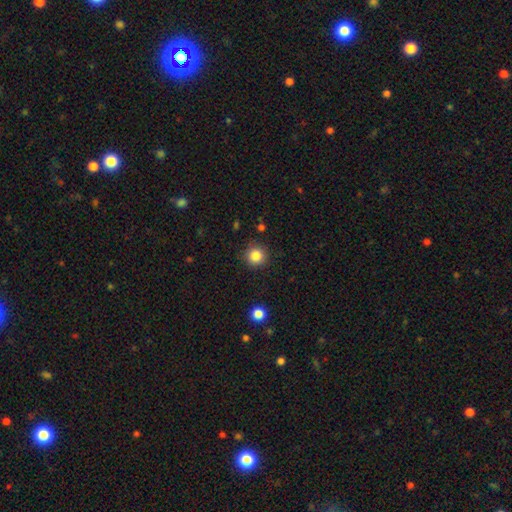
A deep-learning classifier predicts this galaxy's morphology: smooth_or_featured: smooth (p=0.85) [alt: star or artifact p=0.11]
how_rounded: round (p=0.94) [alt: in between p=0.05]
merging: none (p=0.90) [alt: minor disturbance p=0.07]